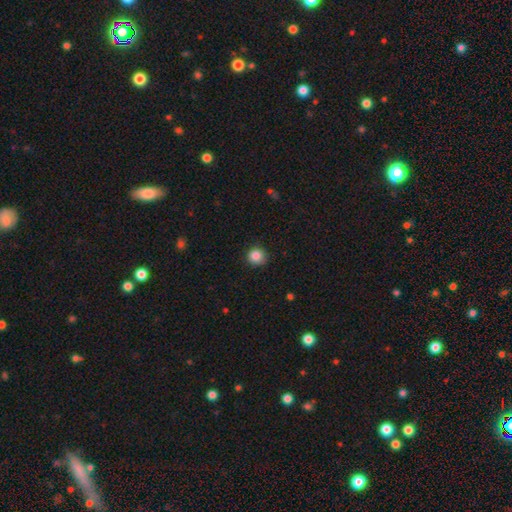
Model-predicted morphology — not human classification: Overall: smooth (86%). How rounded: round (92%). Merging: none (87%).